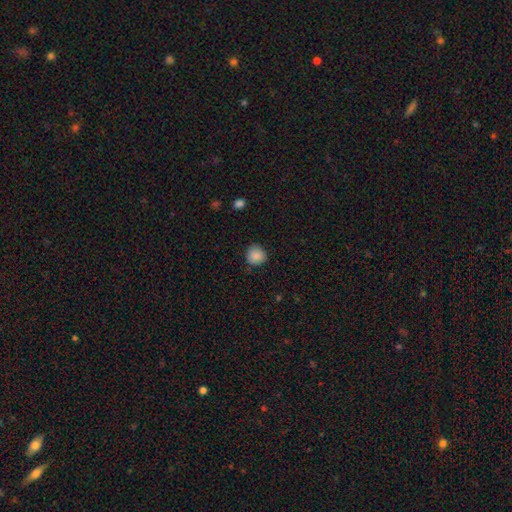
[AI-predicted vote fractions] A smooth galaxy with no disk features (87%) that is round (91%).

Vote fractions:
- Smooth or featured? smooth: 87% / star or artifact: 9% / featured or disk: 5%
- How rounded? round: 91% / in between: 8% / cigar-shaped: 1%
- Merging? none: 84% / minor disturbance: 12% / major disturbance: 2% / merger: 1%